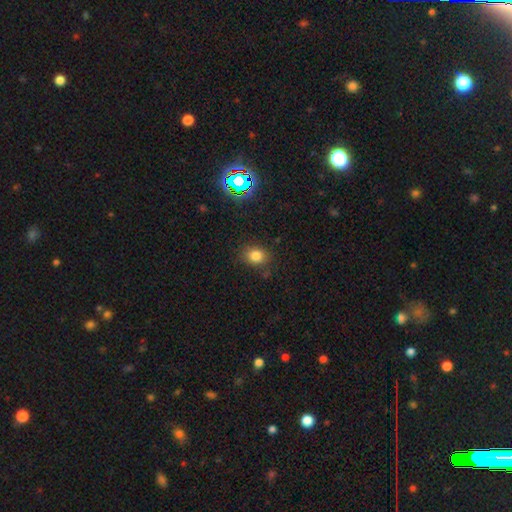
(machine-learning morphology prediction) type=smooth (79%); roundness=round (55%); merging=none (80%).